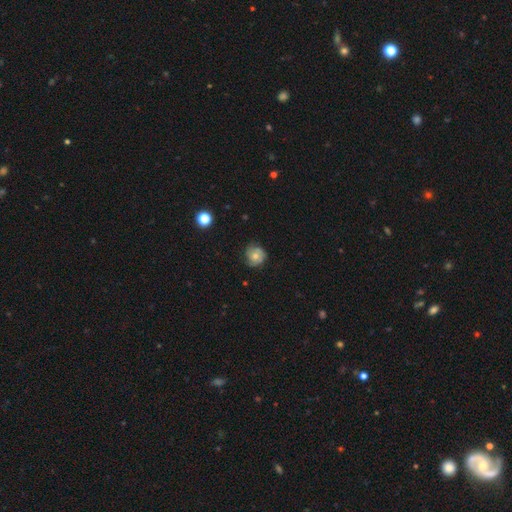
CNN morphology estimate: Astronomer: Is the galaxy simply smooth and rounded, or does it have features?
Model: smooth — 51% (runner-up: featured or disk, 39%).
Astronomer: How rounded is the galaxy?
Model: round — 84%.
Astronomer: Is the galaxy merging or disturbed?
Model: none — 69%.